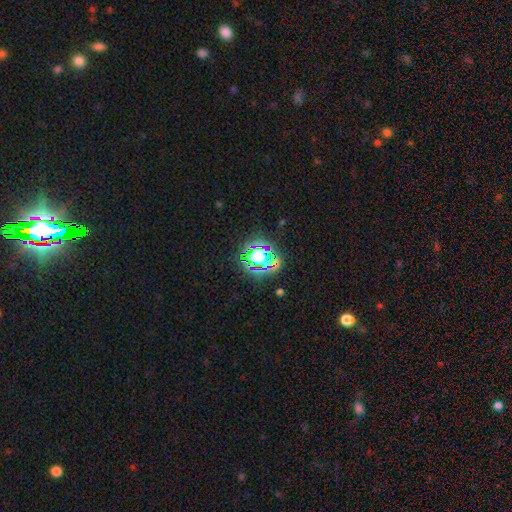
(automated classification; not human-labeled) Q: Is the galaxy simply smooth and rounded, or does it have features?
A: star or artifact — 52%.